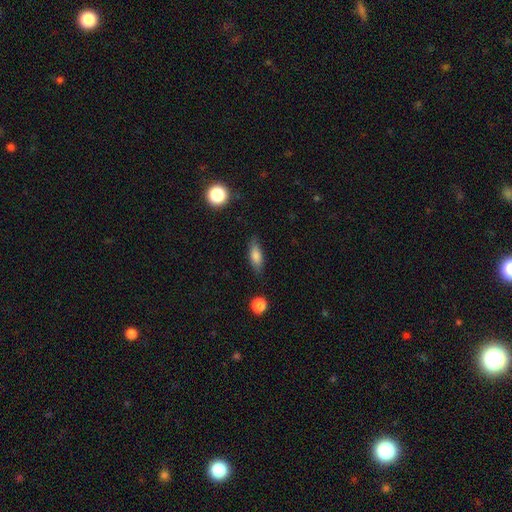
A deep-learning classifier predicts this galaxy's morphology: Smooth or featured?
  - smooth: 78% *
  - featured or disk: 14%
  - star or artifact: 8%
How rounded?
  - in between: 66% *
  - cigar-shaped: 31%
  - round: 4%
Merging?
  - none: 80% *
  - minor disturbance: 15%
  - major disturbance: 3%
  - merger: 2%